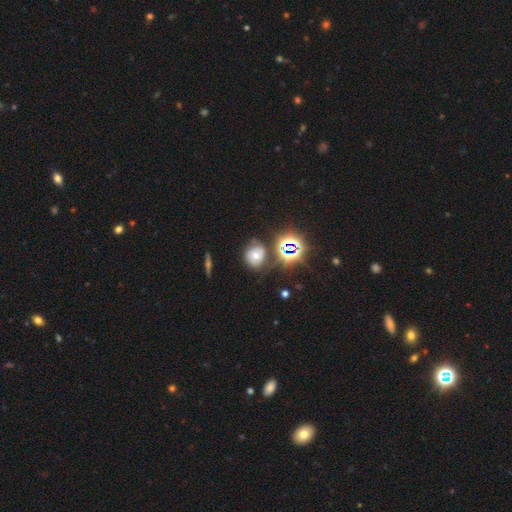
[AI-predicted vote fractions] Overall: smooth (40%; featured or disk 31%). Merging: none (64%).